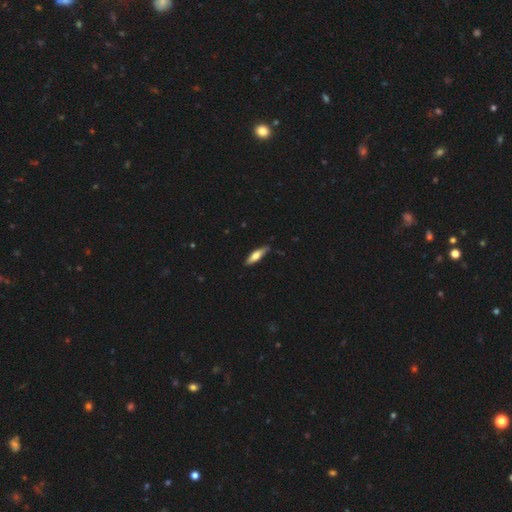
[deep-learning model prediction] Overall: smooth (60%; featured or disk 34%). How rounded: cigar-shaped (63%; in between 35%). Merging: none (78%).